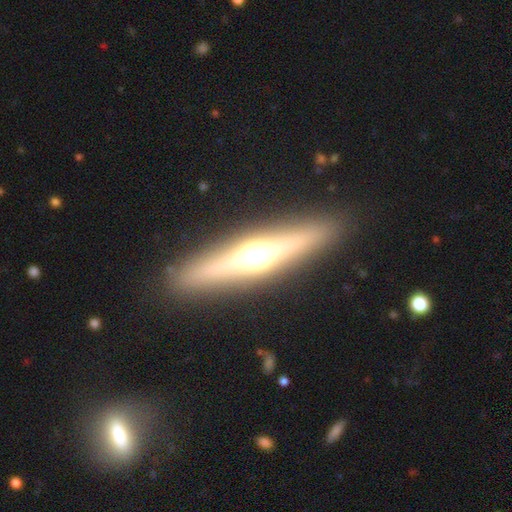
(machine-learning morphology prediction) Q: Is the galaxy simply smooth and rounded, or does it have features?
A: featured or disk — 68%.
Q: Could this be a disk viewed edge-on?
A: yes — 95%.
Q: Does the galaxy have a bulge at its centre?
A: rounded — 92%.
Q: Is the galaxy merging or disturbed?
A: none — 90%.